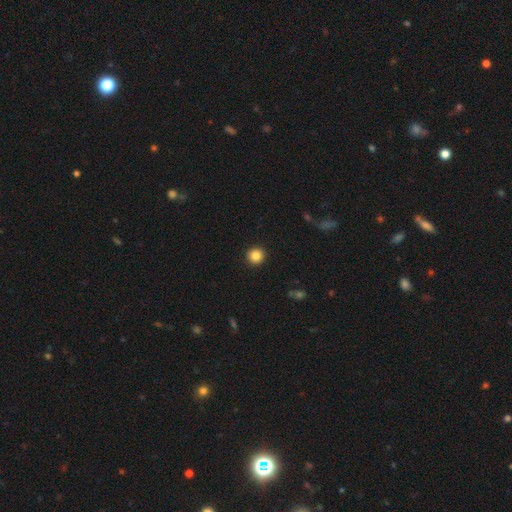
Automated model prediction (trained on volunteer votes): A smooth galaxy with no disk features (86%) that is round (95%).

Vote fractions:
- Smooth or featured? smooth: 86% / star or artifact: 10% / featured or disk: 4%
- How rounded? round: 95% / in between: 4% / cigar-shaped: 1%
- Merging? none: 93% / minor disturbance: 4% / major disturbance: 2% / merger: 1%